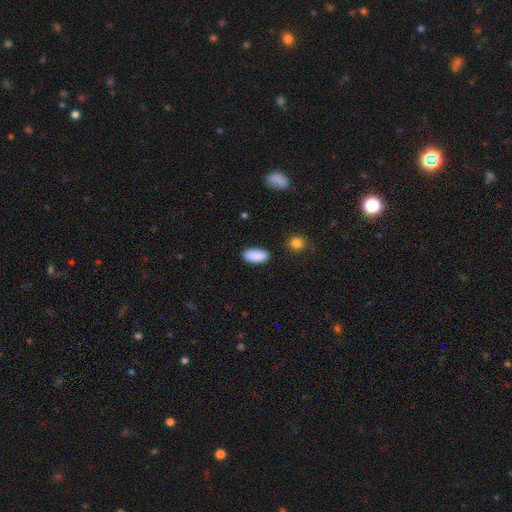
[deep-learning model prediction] smooth_or_featured: smooth (p=0.90) [alt: star or artifact p=0.07]
how_rounded: in between (p=0.92) [alt: cigar-shaped p=0.05]
merging: none (p=0.87) [alt: minor disturbance p=0.09]